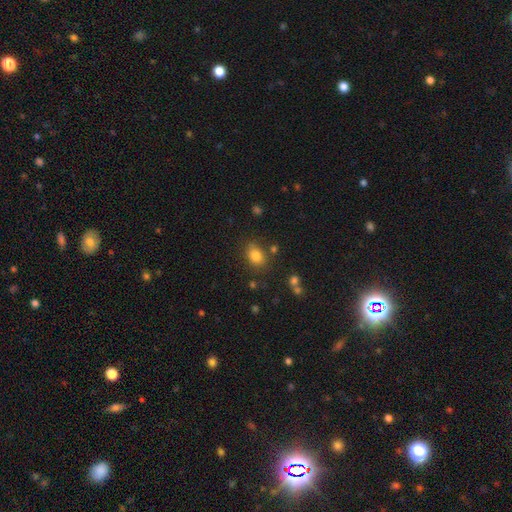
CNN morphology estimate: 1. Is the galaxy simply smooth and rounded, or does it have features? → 81% smooth, 11% star or artifact, 7% featured or disk.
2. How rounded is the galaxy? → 68% in between, 31% round, 1% cigar-shaped.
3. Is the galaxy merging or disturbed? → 74% none, 15% minor disturbance, 6% merger, 5% major disturbance.